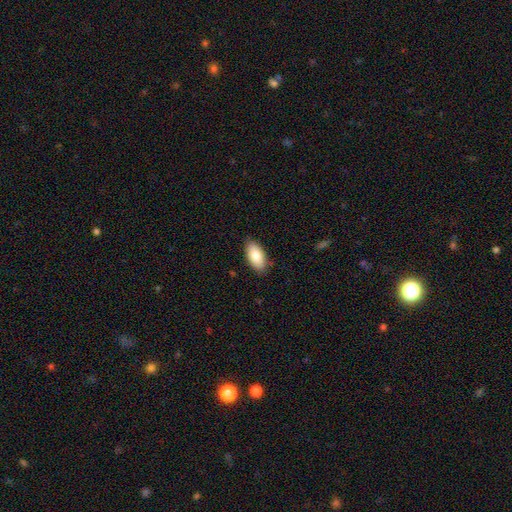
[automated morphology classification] Overall: smooth (84%). How rounded: in between (94%). Merging: none (85%).